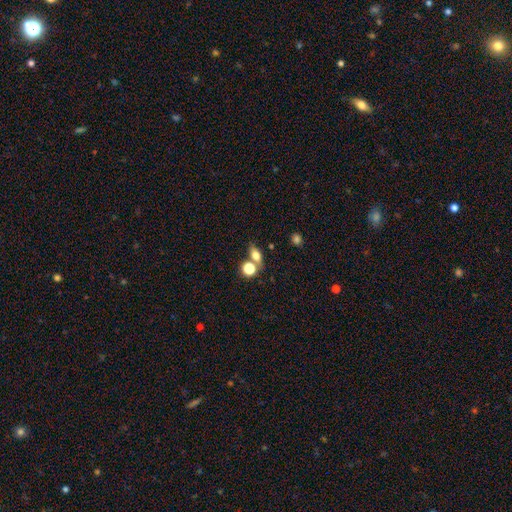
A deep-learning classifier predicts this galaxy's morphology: Overall: smooth (65%). How rounded: in between (59%; round 28%). Merging: none (61%; merger 23%).